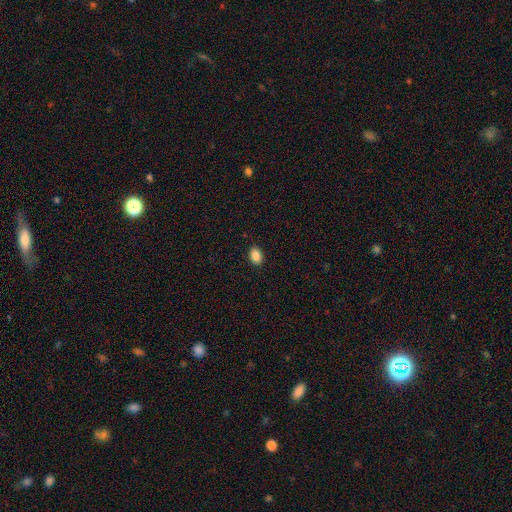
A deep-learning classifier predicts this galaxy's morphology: smooth_or_featured: smooth (p=0.88) [alt: star or artifact p=0.09]
how_rounded: in between (p=0.82) [alt: round p=0.17]
merging: none (p=0.89) [alt: minor disturbance p=0.08]